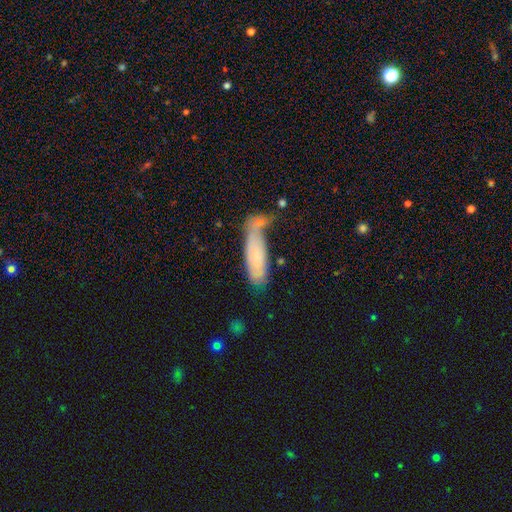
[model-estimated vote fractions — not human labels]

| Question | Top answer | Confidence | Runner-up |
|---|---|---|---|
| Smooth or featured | smooth | 64% | featured or disk (28%) |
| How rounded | cigar-shaped | 56% | in between (42%) |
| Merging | none | 36% | merger (30%) |